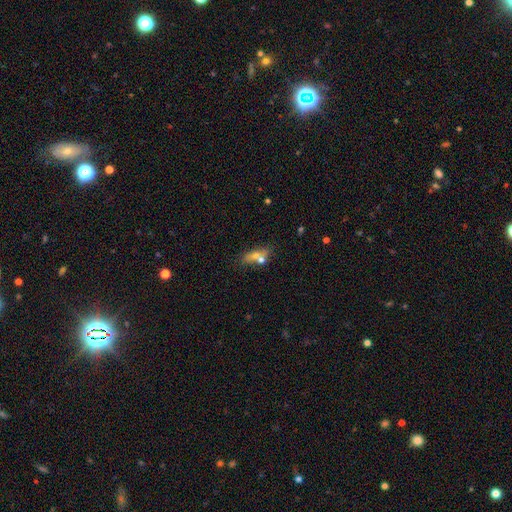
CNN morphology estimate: smooth-or-featured: smooth: 48% | featured or disk: 30% | star or artifact: 22%
  merging: none: 45% | merger: 33% | minor disturbance: 13% | major disturbance: 9%